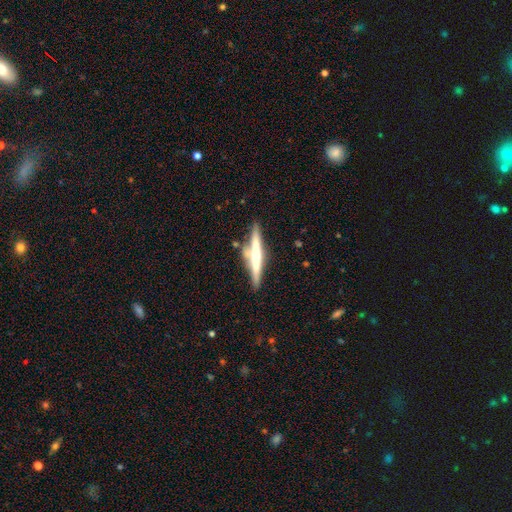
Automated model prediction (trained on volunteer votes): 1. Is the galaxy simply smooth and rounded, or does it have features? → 61% featured or disk, 33% smooth, 6% star or artifact.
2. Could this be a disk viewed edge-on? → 96% yes, 4% no.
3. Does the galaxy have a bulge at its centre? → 61% rounded, 27% none, 12% boxy.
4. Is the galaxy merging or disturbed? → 71% none, 15% minor disturbance, 10% merger, 4% major disturbance.